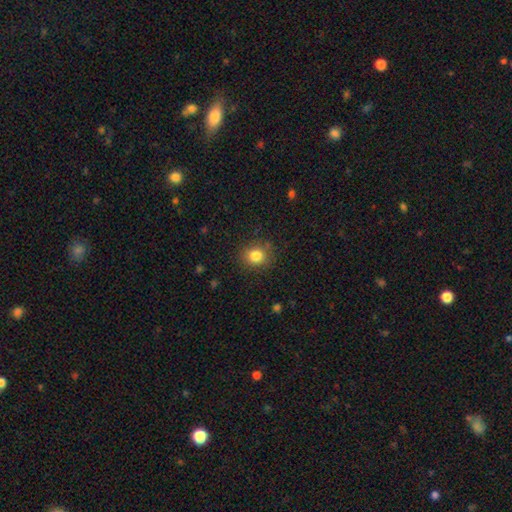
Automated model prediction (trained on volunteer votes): Morphology: type=smooth (83%); roundness=round (76%); merging=none (84%).